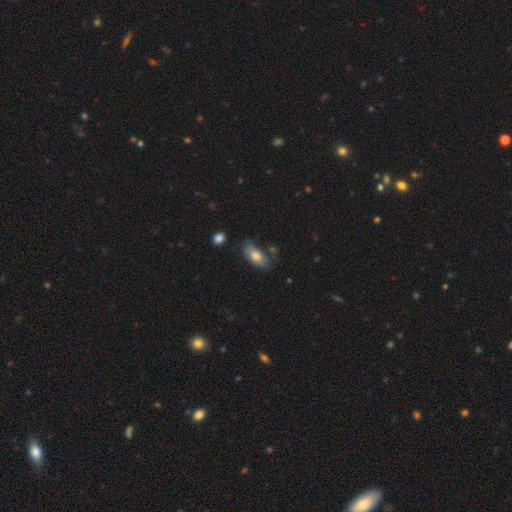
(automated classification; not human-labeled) This appears to be a smooth galaxy with no disk features (74%) that is in between round and cigar-shaped (86%). Merging: none (57%).